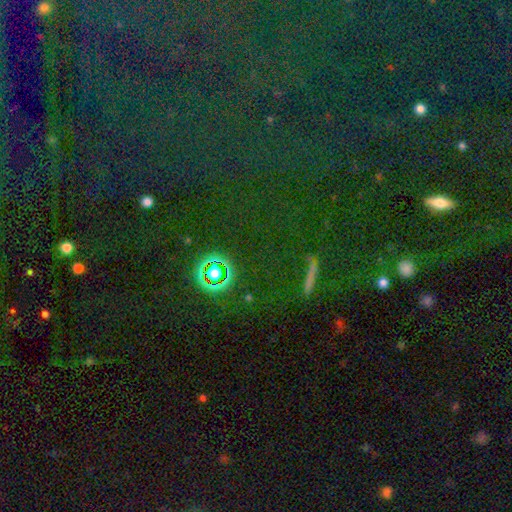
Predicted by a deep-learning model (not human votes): smooth-or-featured: star or artifact: 71% | smooth: 18% | featured or disk: 10%